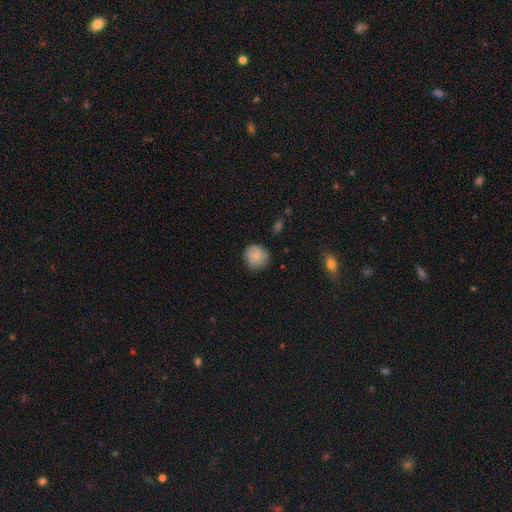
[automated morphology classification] This appears to be a smooth galaxy with no disk features (86%) that is round (88%). Merging: none (80%).